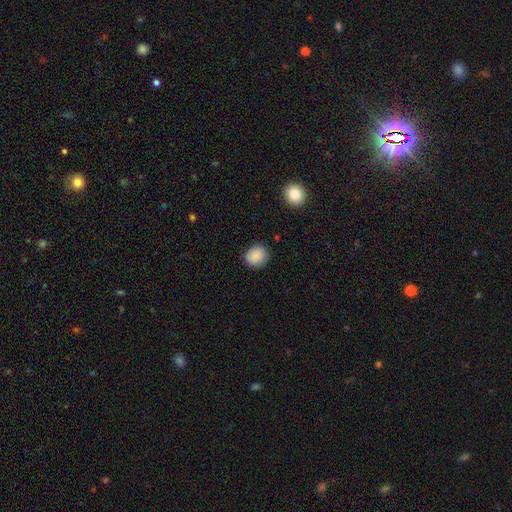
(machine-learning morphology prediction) A smooth galaxy with no disk features (86%) that is round (77%). Merging: none (86%).